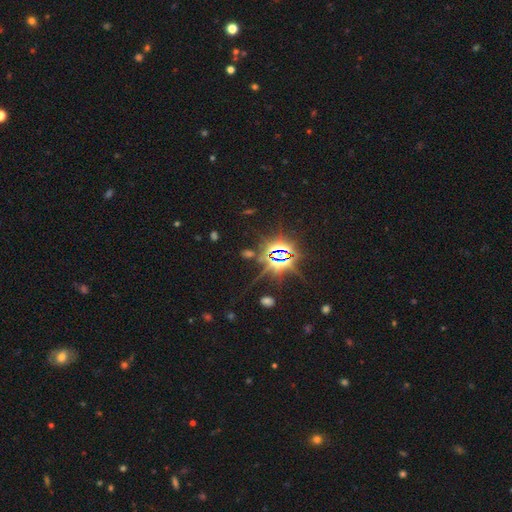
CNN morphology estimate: Smooth or featured?
  - star or artifact: 84% *
  - smooth: 8%
  - featured or disk: 7%